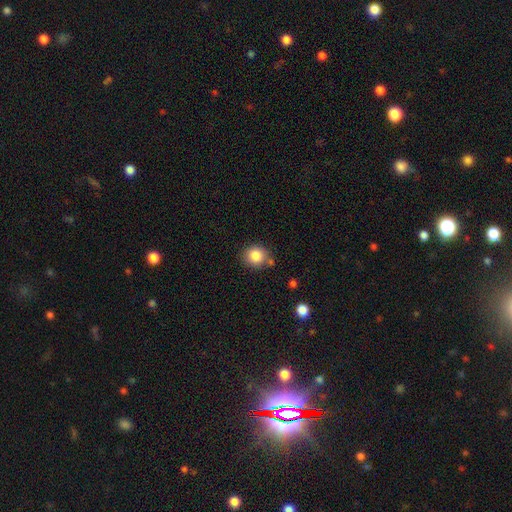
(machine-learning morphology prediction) Smooth or featured?
  - smooth: 85% *
  - star or artifact: 9%
  - featured or disk: 6%
How rounded?
  - round: 83% *
  - in between: 16%
  - cigar-shaped: 1%
Merging?
  - none: 74% *
  - minor disturbance: 15%
  - merger: 8%
  - major disturbance: 4%